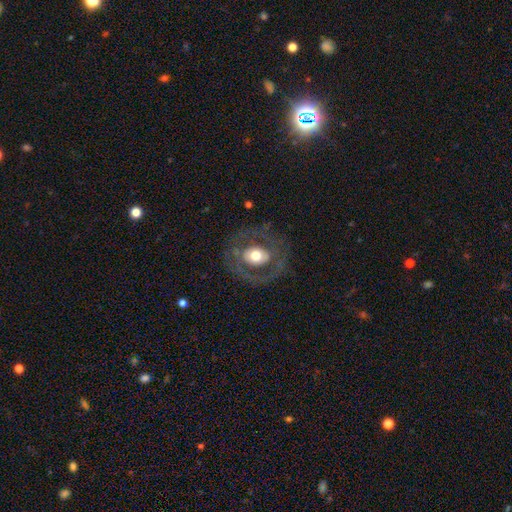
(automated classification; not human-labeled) Morphology: type=featured or disk (53%); edge-on=no (95%); bar=no (77%); spiral arms=no (76%); bulge=moderate (54%); merging=none (74%).